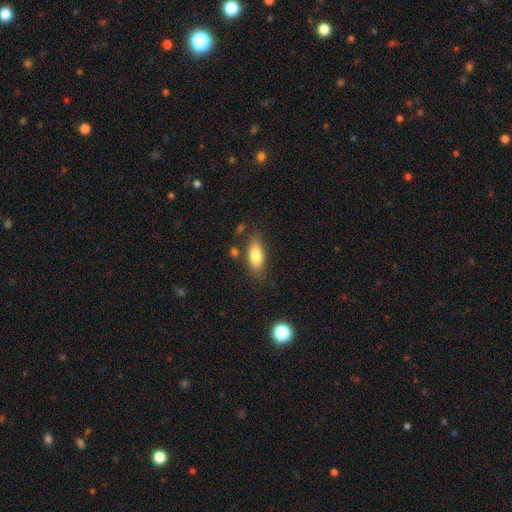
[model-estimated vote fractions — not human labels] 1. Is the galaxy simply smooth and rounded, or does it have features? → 79% smooth, 14% featured or disk, 7% star or artifact.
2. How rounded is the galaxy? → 79% in between, 18% cigar-shaped, 3% round.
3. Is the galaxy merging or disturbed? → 76% none, 15% minor disturbance, 4% merger, 4% major disturbance.